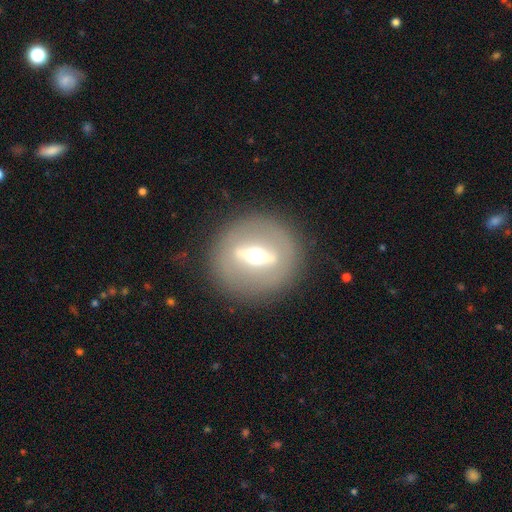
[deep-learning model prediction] smooth_or_featured: featured or disk (p=0.72) [alt: smooth p=0.21]
disk_edge_on: no (p=0.59) [alt: yes p=0.41]
merging: none (p=0.86) [alt: minor disturbance p=0.08]